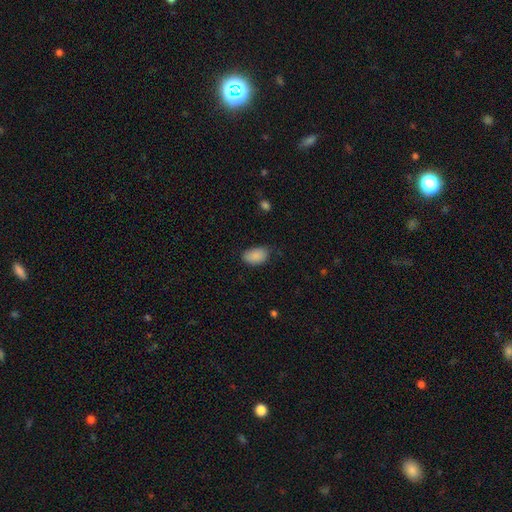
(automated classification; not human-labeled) Smooth or featured? Predicted: smooth (p=0.88). How rounded? Predicted: in between (p=0.90). Merging? Predicted: none (p=0.67).